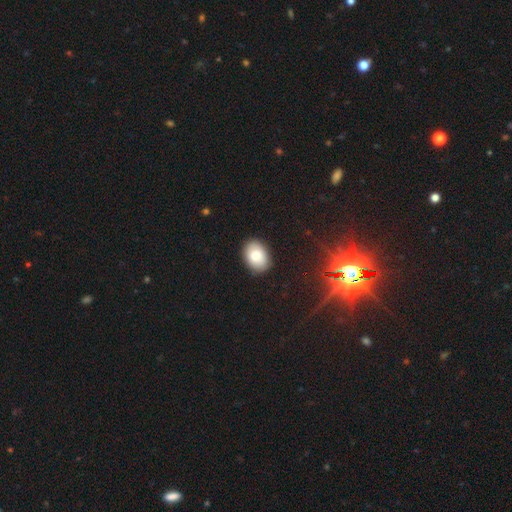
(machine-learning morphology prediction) A smooth galaxy with no disk features (79%) that is in between round and cigar-shaped (77%).

Vote fractions:
- Smooth or featured? smooth: 79% / featured or disk: 12% / star or artifact: 8%
- How rounded? in between: 77% / round: 22% / cigar-shaped: 1%
- Merging? none: 88% / minor disturbance: 9% / major disturbance: 2% / merger: 1%